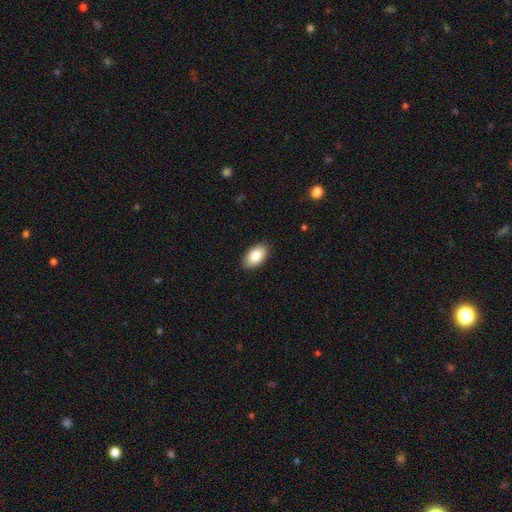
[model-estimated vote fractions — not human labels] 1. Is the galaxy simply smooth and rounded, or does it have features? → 86% smooth, 7% featured or disk, 7% star or artifact.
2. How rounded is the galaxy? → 95% in between, 4% round, 1% cigar-shaped.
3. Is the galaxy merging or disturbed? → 89% none, 8% minor disturbance, 2% major disturbance, 1% merger.